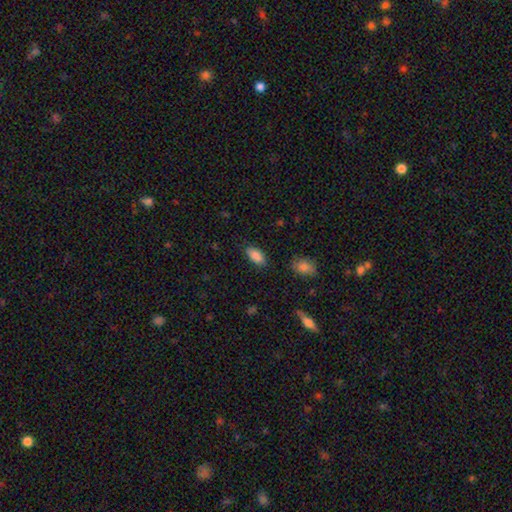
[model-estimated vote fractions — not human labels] Smooth or featured: smooth — 87% (star or artifact — 7%)
How rounded: in between — 91% (cigar-shaped — 6%)
Merging: none — 84% (minor disturbance — 12%)